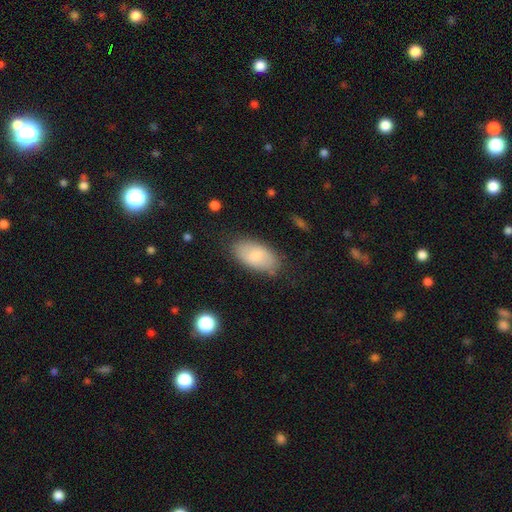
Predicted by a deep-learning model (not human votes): Overall: smooth (75%). How rounded: in between (95%). Merging: none (80%).